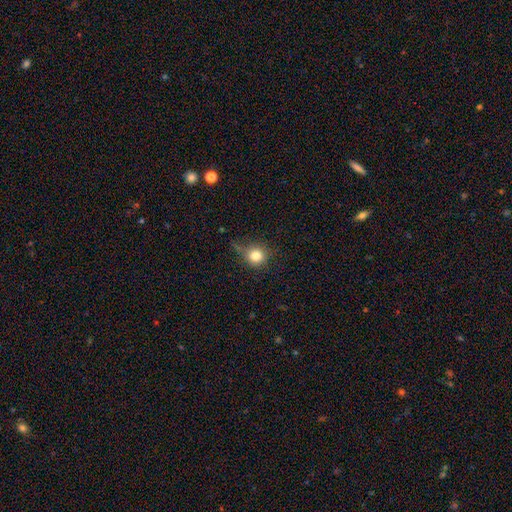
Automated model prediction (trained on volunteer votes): Smooth or featured: smooth — 80% (star or artifact — 12%)
How rounded: round — 90% (in between — 9%)
Merging: none — 67% (minor disturbance — 23%)